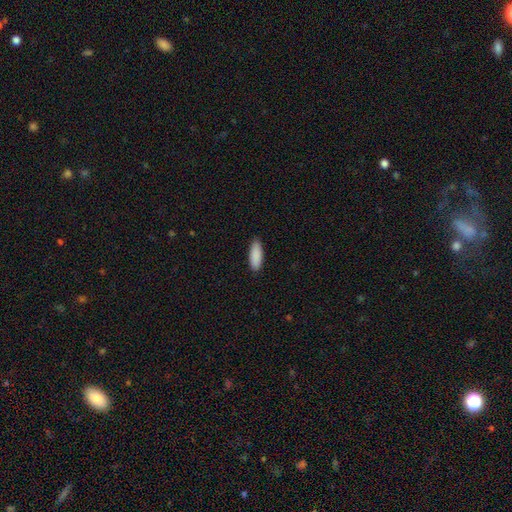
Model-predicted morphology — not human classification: The model was most divided on "how rounded": in between: 65%, cigar-shaped: 34%, round: 2%. More confident: smooth or featured — smooth (90%); merging — none (89%).